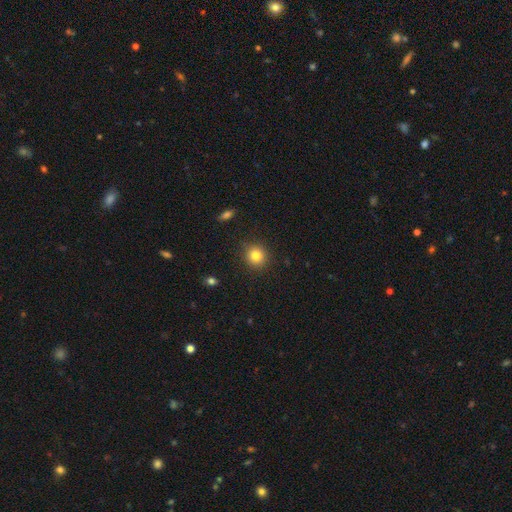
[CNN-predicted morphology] Smooth or featured?
  - smooth: 82% *
  - star or artifact: 11%
  - featured or disk: 7%
How rounded?
  - round: 89% *
  - in between: 10%
  - cigar-shaped: 1%
Merging?
  - none: 89% *
  - minor disturbance: 8%
  - major disturbance: 2%
  - merger: 1%